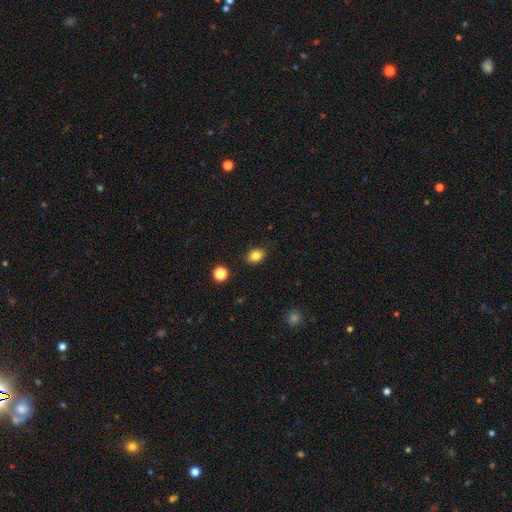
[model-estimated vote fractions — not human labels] Q: Smooth or featured?
A: smooth (83%); runner-up: star or artifact (11%)
Q: How rounded?
A: in between (66%); runner-up: round (33%)
Q: Merging?
A: none (85%); runner-up: minor disturbance (11%)